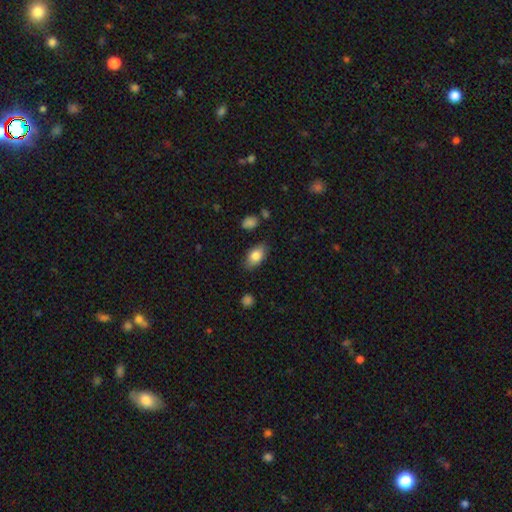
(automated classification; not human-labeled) Morphology: type=smooth (81%); roundness=in between (89%); merging=none (82%).